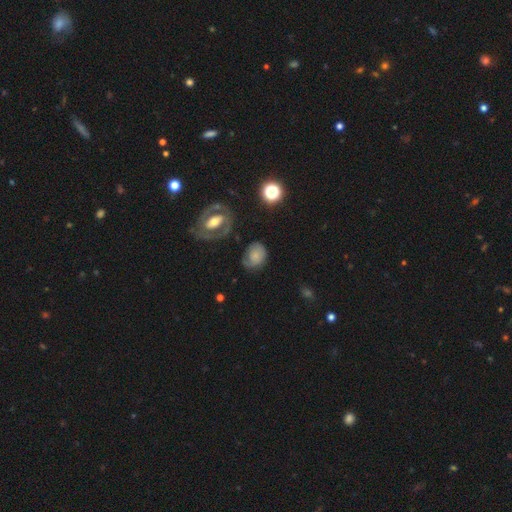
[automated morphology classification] The model was most divided on "how rounded": in between: 52%, round: 47%, cigar-shaped: 1%. More confident: merging — none (58%); smooth or featured — smooth (56%).